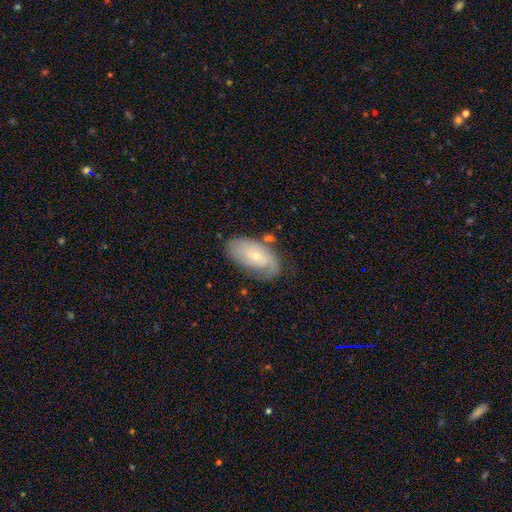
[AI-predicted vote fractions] A featured or disk galaxy (50%).

Vote fractions:
- Smooth or featured? featured or disk: 50% / smooth: 43% / star or artifact: 7%
- Merging? none: 60% / minor disturbance: 25% / major disturbance: 9% / merger: 6%